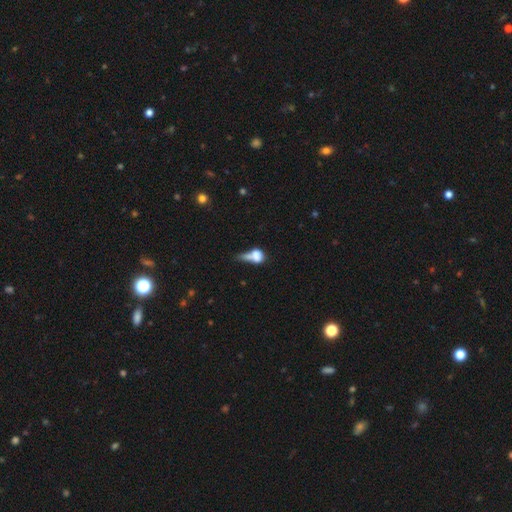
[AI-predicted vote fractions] This appears to be a smooth galaxy with no disk features (66%) that is in between round and cigar-shaped (54%). Merging: merger (36%).